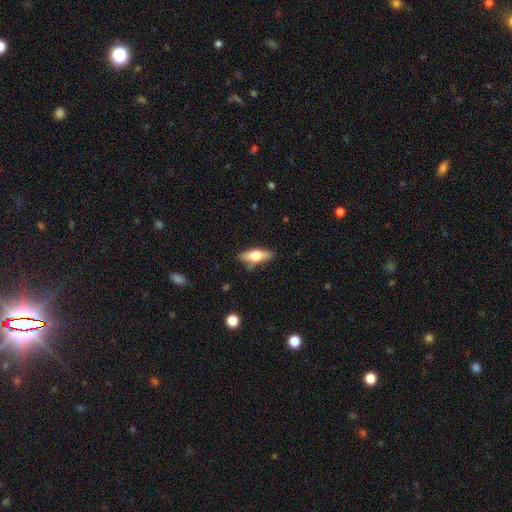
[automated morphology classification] type=smooth (58%); roundness=in between (61%); merging=none (79%).